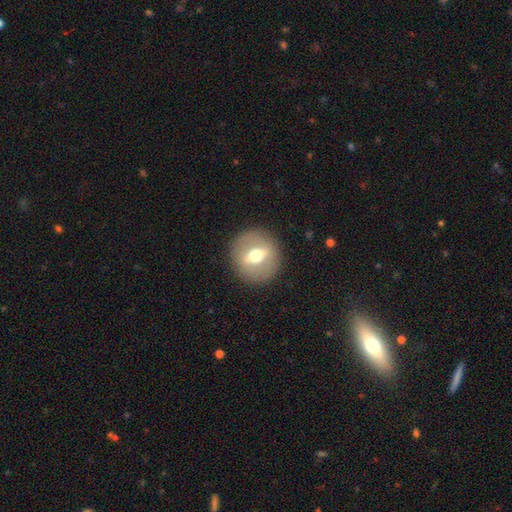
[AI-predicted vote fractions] A featured or disk galaxy (53%).

Vote fractions:
- Smooth or featured? featured or disk: 53% / smooth: 39% / star or artifact: 7%
- Edge-on disk? no: 74% / yes: 26%
- Merging? none: 89% / minor disturbance: 7% / major disturbance: 3% / merger: 1%